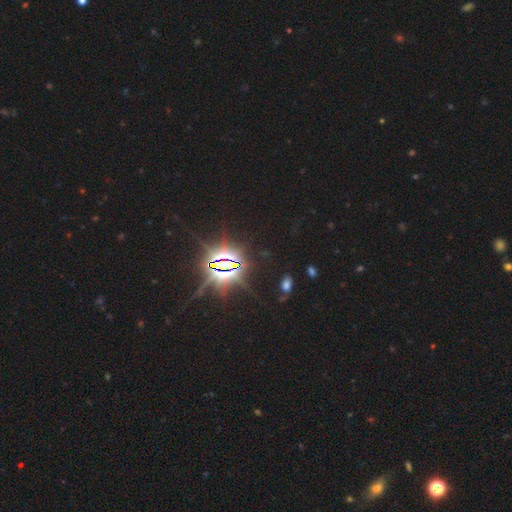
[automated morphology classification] This is clearly a star or artifact rather than a galaxy (86%).